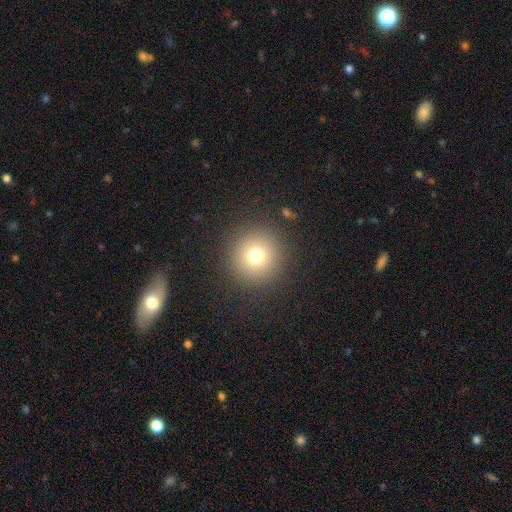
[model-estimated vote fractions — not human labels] This is likely a smooth galaxy (74%). How rounded: clearly round (96%). Merging: clearly none (91%).